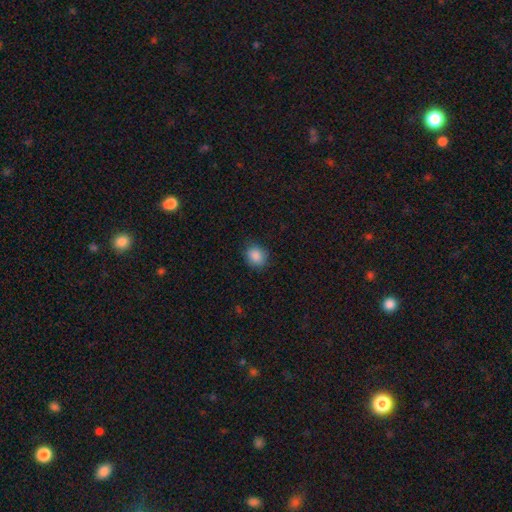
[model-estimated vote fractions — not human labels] Smooth or featured?
  - smooth: 88% *
  - star or artifact: 8%
  - featured or disk: 4%
How rounded?
  - round: 56% *
  - in between: 43%
  - cigar-shaped: 1%
Merging?
  - none: 82% *
  - minor disturbance: 14%
  - major disturbance: 3%
  - merger: 1%